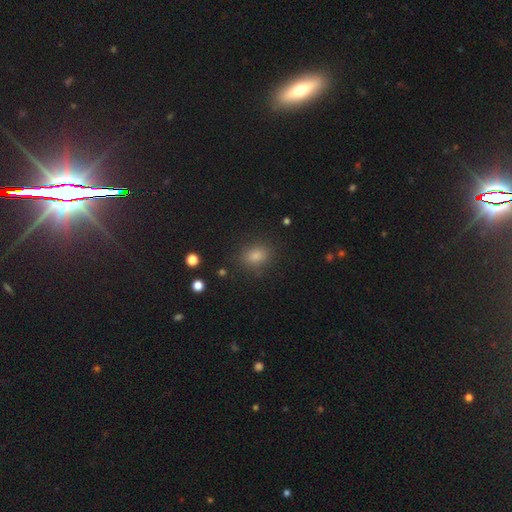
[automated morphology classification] smooth_or_featured: smooth (p=0.76) [alt: star or artifact p=0.18]
how_rounded: in between (p=0.49) [tied with: round p=0.49]
merging: none (p=0.86) [alt: minor disturbance p=0.09]